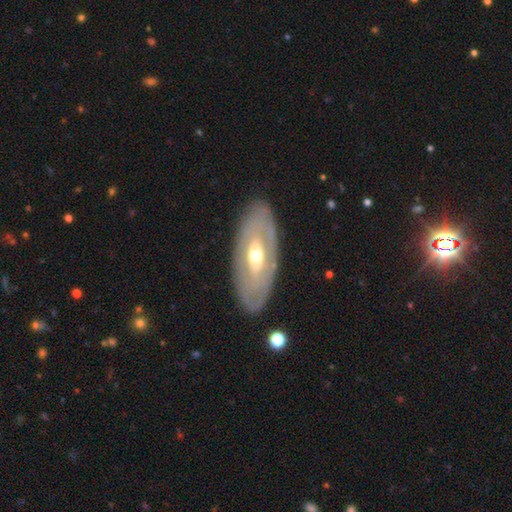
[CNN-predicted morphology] A featured or disk galaxy (69%) with no bar (67%), no spiral arms (70%) and a moderate central bulge (63%).

Vote fractions:
- Smooth or featured? featured or disk: 69% / smooth: 26% / star or artifact: 5%
- Edge-on disk? no: 85% / yes: 15%
- Bar? no: 67% / weak: 22% / strong: 11%
- Spiral arms? no: 70% / yes: 30%
- Bulge size? moderate: 63% / small: 30% / large: 5% / dominant: 1% / none: 1%
- Merging? none: 85% / minor disturbance: 10% / major disturbance: 3% / merger: 1%